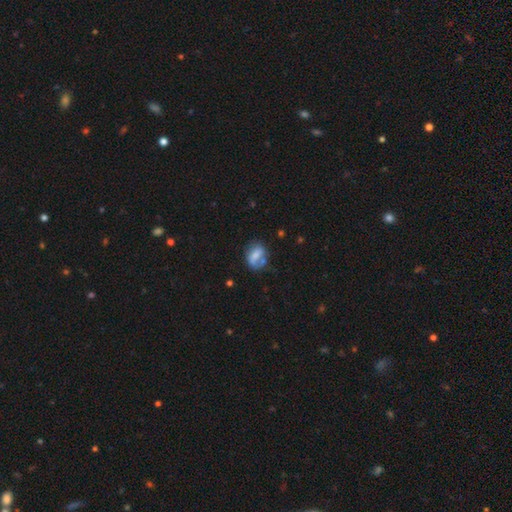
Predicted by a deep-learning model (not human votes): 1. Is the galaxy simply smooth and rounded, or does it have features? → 61% smooth, 30% featured or disk, 9% star or artifact.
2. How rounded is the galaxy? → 67% in between, 29% round, 4% cigar-shaped.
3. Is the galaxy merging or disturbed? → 46% none, 25% minor disturbance, 15% merger, 14% major disturbance.